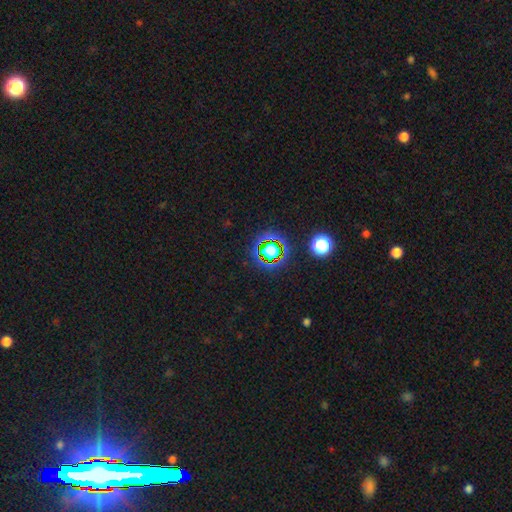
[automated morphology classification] smooth-or-featured: star or artifact: 79% | smooth: 13% | featured or disk: 7%